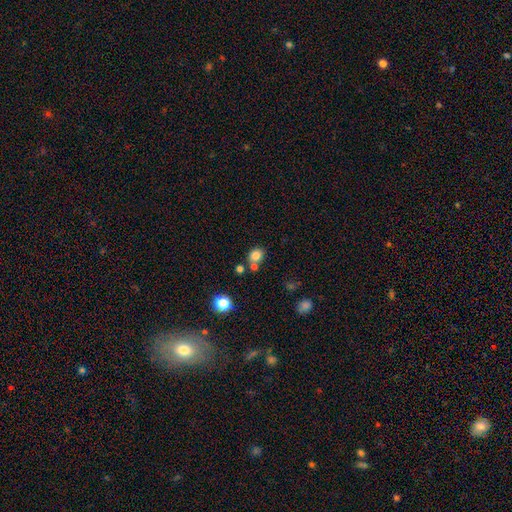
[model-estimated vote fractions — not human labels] Smooth or featured? smooth (80%)
How rounded? round (71%)
Merging? none (66%)